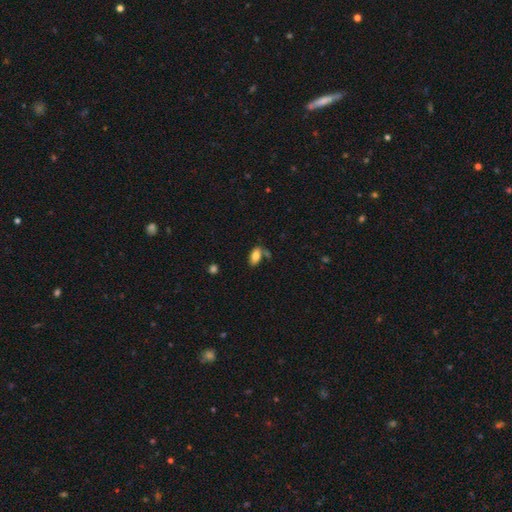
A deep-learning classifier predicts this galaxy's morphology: A smooth galaxy with no disk features (82%) that is in between round and cigar-shaped (92%).

Vote fractions:
- Smooth or featured? smooth: 82% / featured or disk: 9% / star or artifact: 8%
- How rounded? in between: 92% / round: 4% / cigar-shaped: 4%
- Merging? none: 63% / minor disturbance: 17% / merger: 15% / major disturbance: 6%